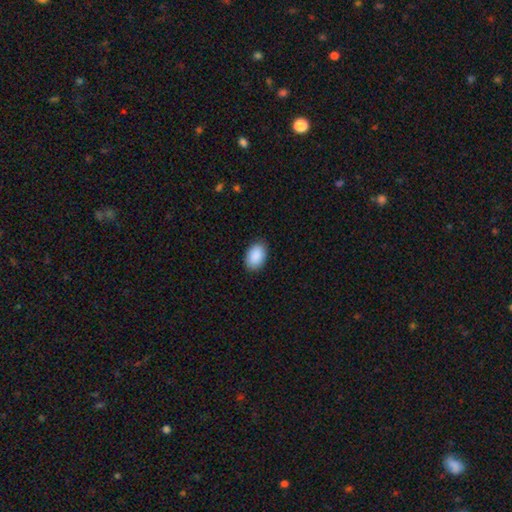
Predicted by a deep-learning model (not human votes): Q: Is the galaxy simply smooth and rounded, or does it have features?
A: smooth — 91%.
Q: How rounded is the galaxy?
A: in between — 91%.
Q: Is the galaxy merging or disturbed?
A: none — 88%.